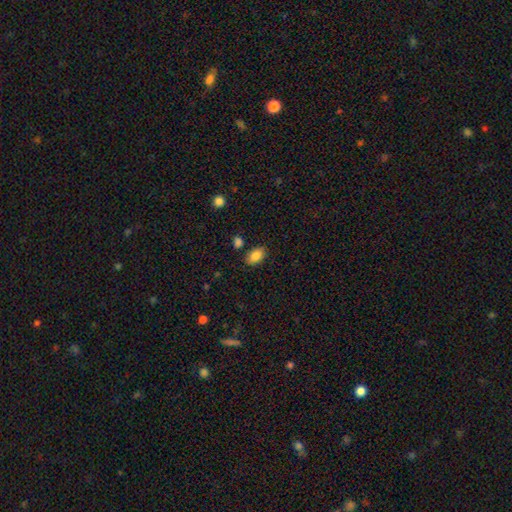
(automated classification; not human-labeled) Q: Smooth or featured?
A: smooth (87%); runner-up: star or artifact (8%)
Q: How rounded?
A: in between (90%); runner-up: round (9%)
Q: Merging?
A: none (83%); runner-up: minor disturbance (11%)